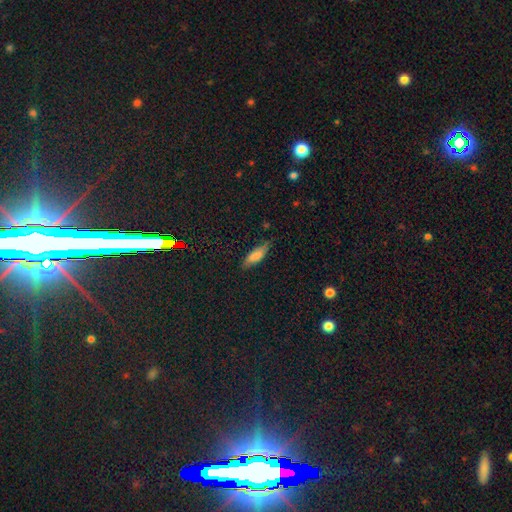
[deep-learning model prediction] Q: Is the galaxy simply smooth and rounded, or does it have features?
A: smooth — 77%.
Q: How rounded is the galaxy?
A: in between — 55%.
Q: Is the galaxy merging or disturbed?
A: none — 72%.